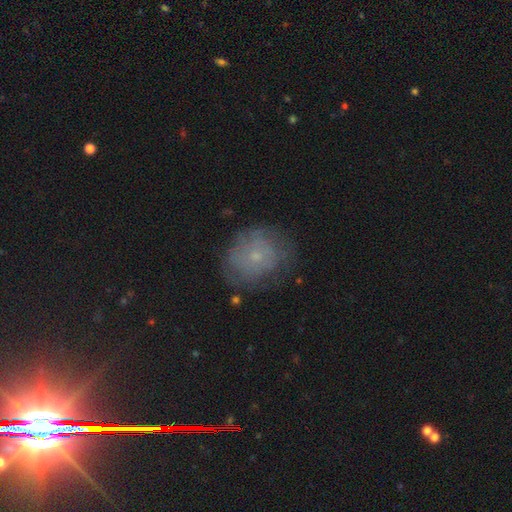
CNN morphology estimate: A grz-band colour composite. It shows a smooth galaxy with no disk features (46%). Merging: none (68%).